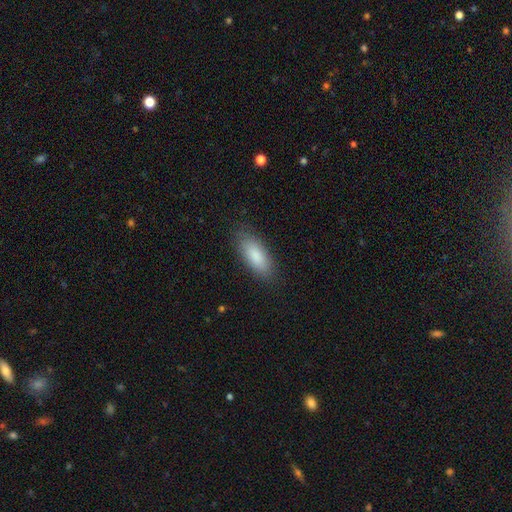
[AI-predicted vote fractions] This appears to be a smooth galaxy with no disk features (86%) that is in between round and cigar-shaped (80%). Merging: none (84%).